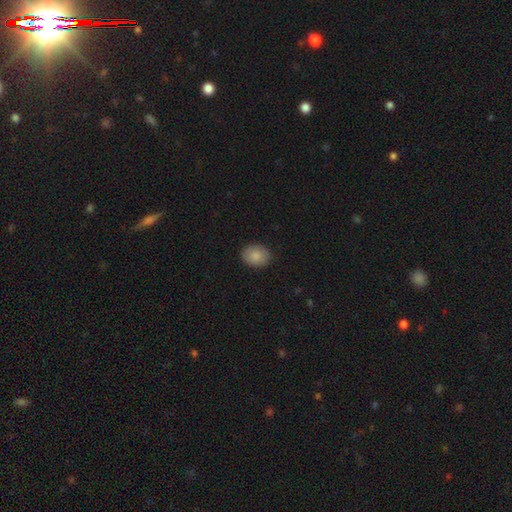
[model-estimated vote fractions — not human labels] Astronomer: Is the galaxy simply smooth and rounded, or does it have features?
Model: smooth — 87%.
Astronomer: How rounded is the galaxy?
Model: in between — 56% (runner-up: round, 43%).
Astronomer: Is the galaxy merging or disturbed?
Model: none — 89%.